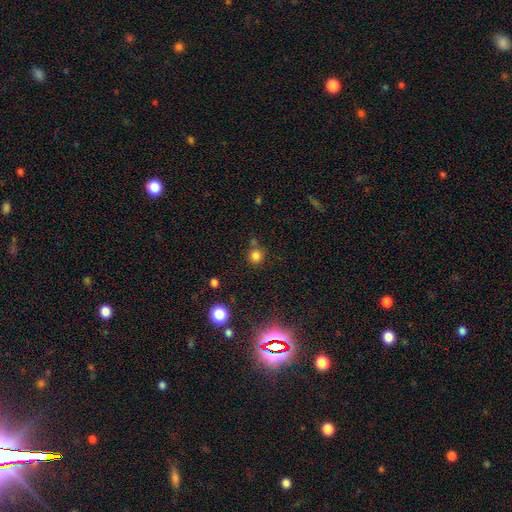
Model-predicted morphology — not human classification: smooth-or-featured: smooth: 79% | star or artifact: 16% | featured or disk: 5%
  how-rounded: round: 90% | in between: 9% | cigar-shaped: 1%
  merging: none: 71% | merger: 14% | minor disturbance: 11% | major disturbance: 4%